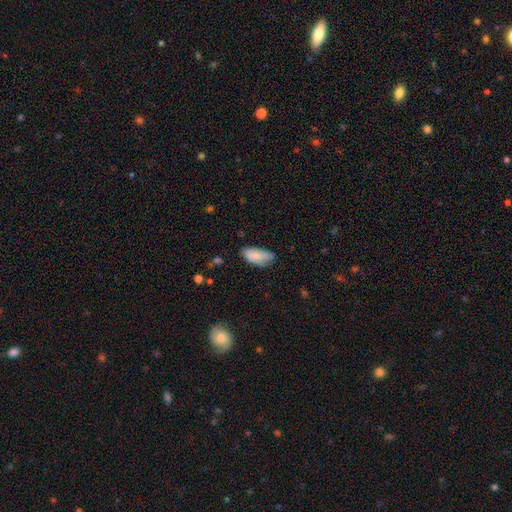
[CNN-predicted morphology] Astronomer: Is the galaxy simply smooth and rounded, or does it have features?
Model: smooth — 83%.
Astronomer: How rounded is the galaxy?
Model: in between — 90%.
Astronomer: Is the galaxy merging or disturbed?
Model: none — 63%.